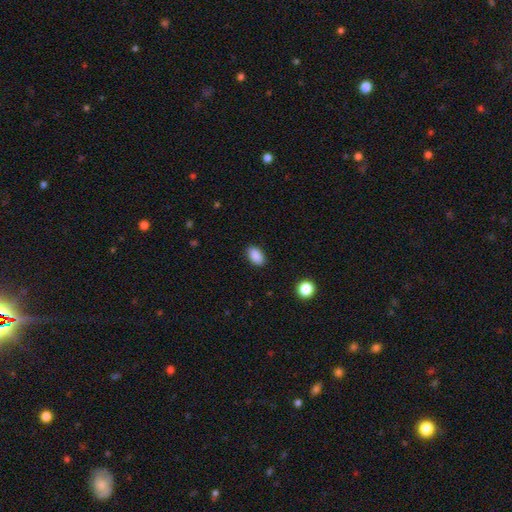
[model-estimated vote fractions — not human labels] The model was most divided on "merging": none: 88%, minor disturbance: 9%, major disturbance: 2%, merger: 1%. More confident: how rounded — in between (90%); smooth or featured — smooth (89%).